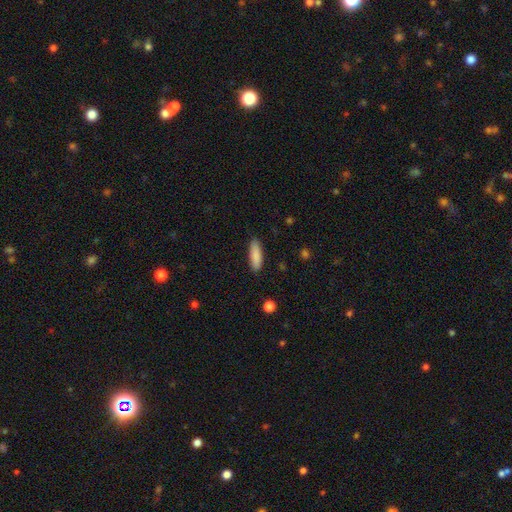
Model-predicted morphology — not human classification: smooth 87%, featured or disk 7%, star or artifact 6%. Down the decision tree: how rounded — cigar-shaped (54%); merging — none (88%).